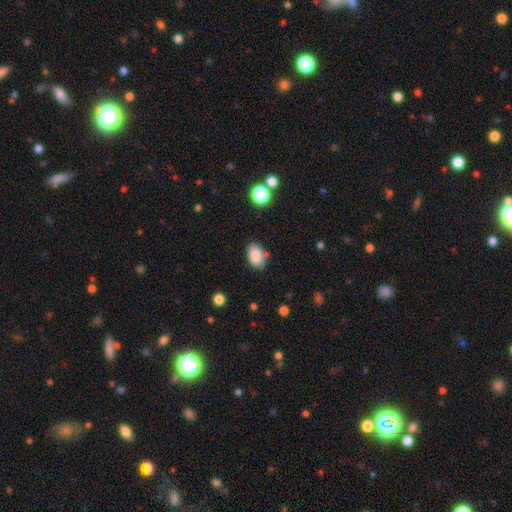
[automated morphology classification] Smooth or featured? smooth (86%)
How rounded? in between (87%)
Merging? none (77%)